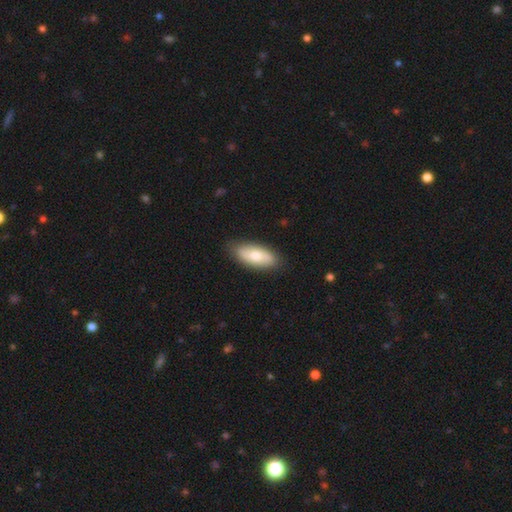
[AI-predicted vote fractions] Q: Smooth or featured?
A: smooth (70%); runner-up: featured or disk (25%)
Q: How rounded?
A: in between (84%); runner-up: cigar-shaped (14%)
Q: Merging?
A: none (86%); runner-up: minor disturbance (11%)